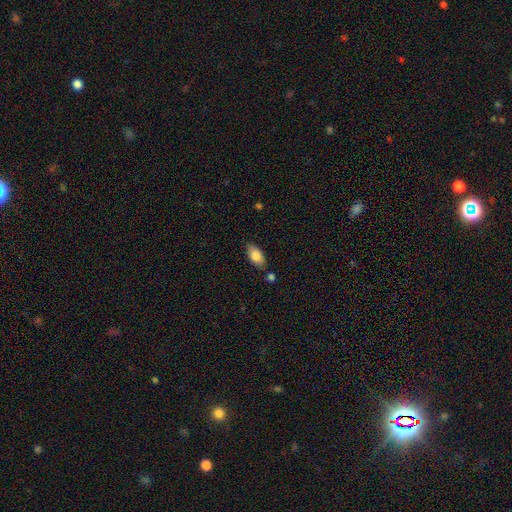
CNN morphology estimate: Q: Smooth or featured?
A: smooth (85%); runner-up: featured or disk (8%)
Q: How rounded?
A: in between (91%); runner-up: cigar-shaped (6%)
Q: Merging?
A: none (78%); runner-up: minor disturbance (14%)